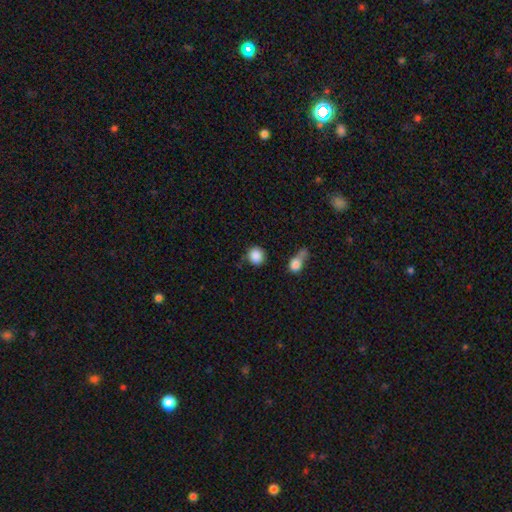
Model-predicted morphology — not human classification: Q: Smooth or featured?
A: smooth (88%); runner-up: star or artifact (8%)
Q: How rounded?
A: round (90%); runner-up: in between (9%)
Q: Merging?
A: none (75%); runner-up: minor disturbance (13%)